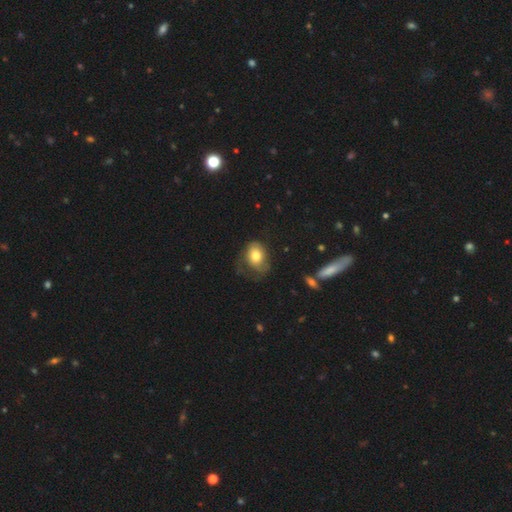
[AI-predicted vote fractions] Q: Smooth or featured?
A: smooth (71%); runner-up: featured or disk (21%)
Q: How rounded?
A: in between (64%); runner-up: round (35%)
Q: Merging?
A: none (41%); runner-up: minor disturbance (30%)